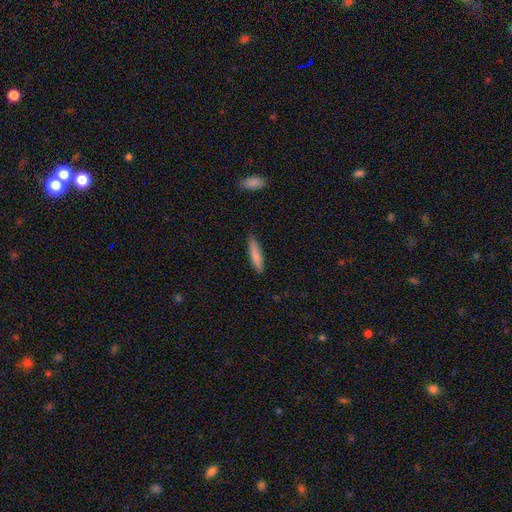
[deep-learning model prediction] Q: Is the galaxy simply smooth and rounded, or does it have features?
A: smooth — 82%.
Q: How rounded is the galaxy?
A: cigar-shaped — 83%.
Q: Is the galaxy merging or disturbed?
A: none — 85%.